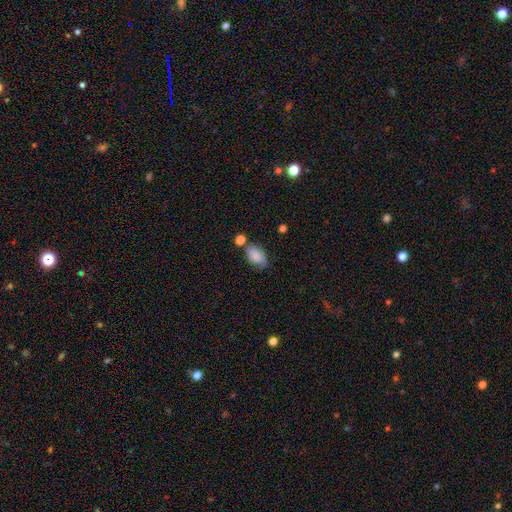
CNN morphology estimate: Smooth or featured? Predicted: smooth (p=0.81). How rounded? Predicted: in between (p=0.88). Merging? Predicted: none (p=0.56).